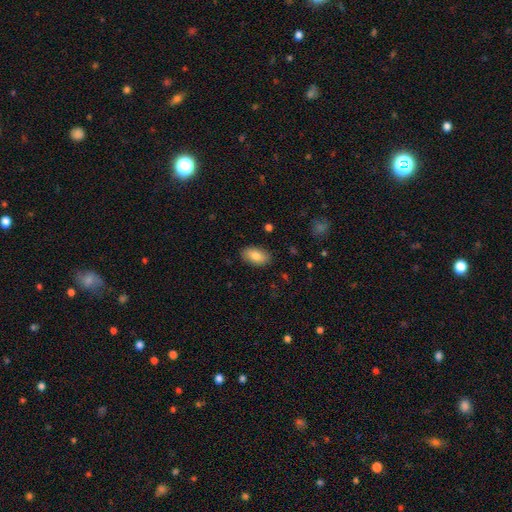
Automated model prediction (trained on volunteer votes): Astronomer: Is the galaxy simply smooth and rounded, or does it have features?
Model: smooth — 83%.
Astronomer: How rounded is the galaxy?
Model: in between — 93%.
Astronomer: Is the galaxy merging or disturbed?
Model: none — 87%.